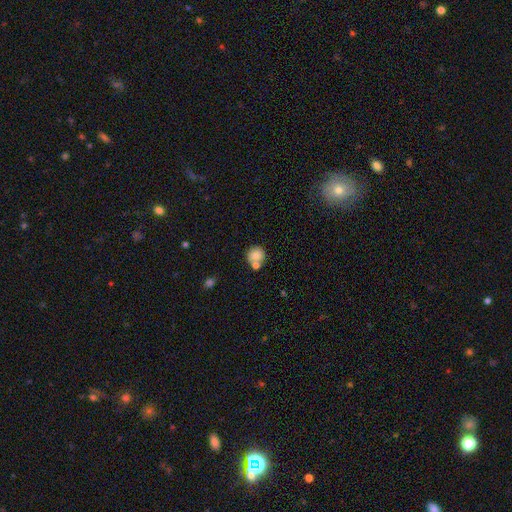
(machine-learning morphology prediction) A smooth galaxy with no disk features (81%) that is round (83%). Merging: none (52%).